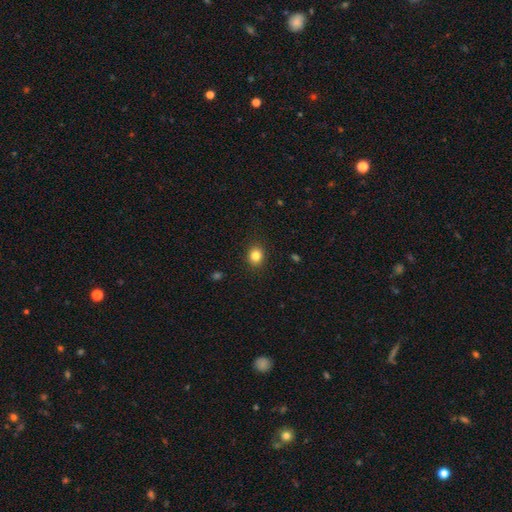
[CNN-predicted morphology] Q: Smooth or featured?
A: smooth (84%); runner-up: star or artifact (11%)
Q: How rounded?
A: round (70%); runner-up: in between (29%)
Q: Merging?
A: none (90%); runner-up: minor disturbance (7%)